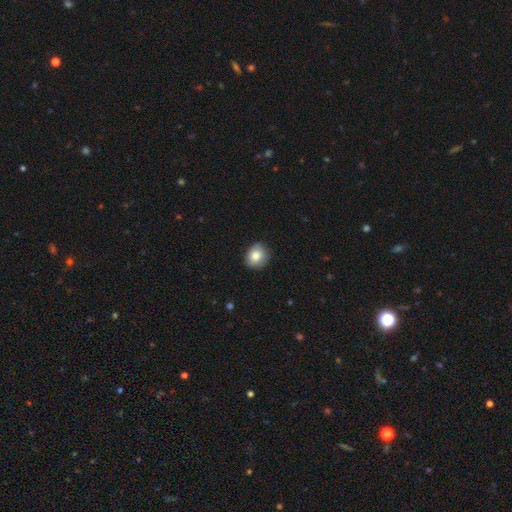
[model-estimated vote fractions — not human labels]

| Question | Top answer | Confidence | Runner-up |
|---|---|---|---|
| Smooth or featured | smooth | 83% | featured or disk (9%) |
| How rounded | round | 66% | in between (33%) |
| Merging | none | 82% | minor disturbance (14%) |